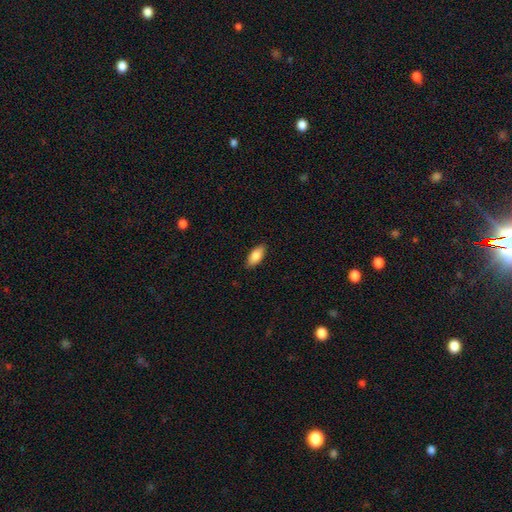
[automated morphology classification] Smooth or featured?
  - smooth: 84% *
  - featured or disk: 9%
  - star or artifact: 6%
How rounded?
  - in between: 87% *
  - cigar-shaped: 11%
  - round: 2%
Merging?
  - none: 89% *
  - minor disturbance: 9%
  - major disturbance: 2%
  - merger: 1%